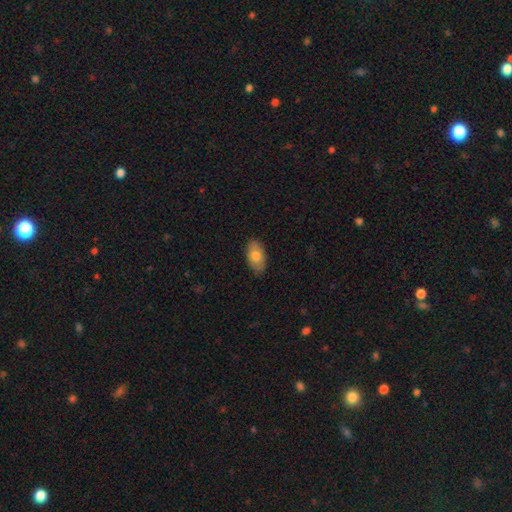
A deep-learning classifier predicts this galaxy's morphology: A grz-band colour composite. It shows a smooth galaxy with no disk features (77%) that is in between round and cigar-shaped (94%). Merging: none (86%).